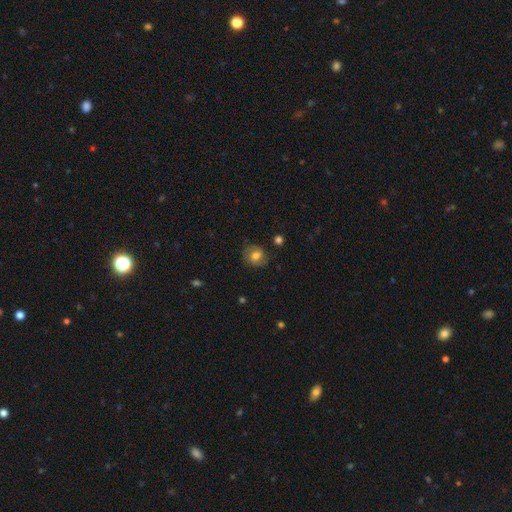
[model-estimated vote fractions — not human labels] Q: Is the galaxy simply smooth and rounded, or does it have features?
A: smooth — 67%.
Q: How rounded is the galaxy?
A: round — 71%.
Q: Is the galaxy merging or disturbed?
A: none — 78%.